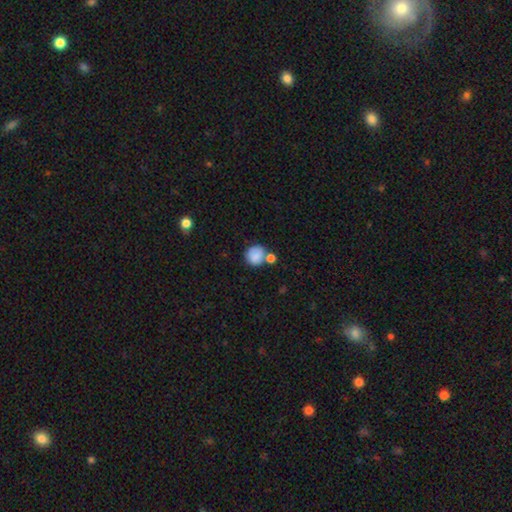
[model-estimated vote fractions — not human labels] This appears to be a smooth galaxy with no disk features (83%) that is round (85%). Merging: none (56%).